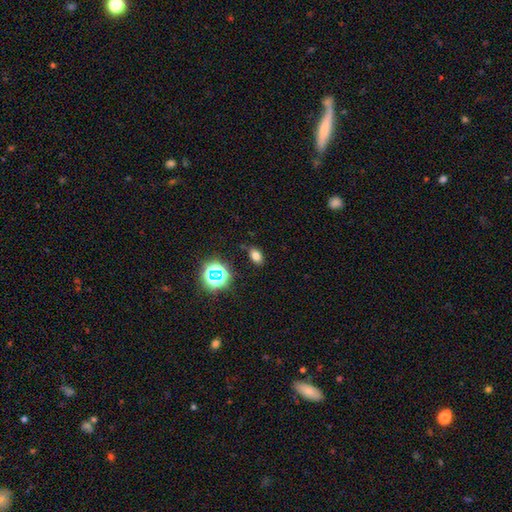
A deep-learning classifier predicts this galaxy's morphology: type=smooth (71%); roundness=in between (83%); merging=none (80%).